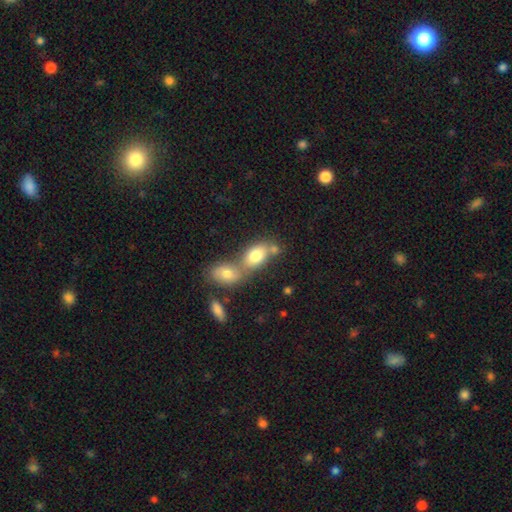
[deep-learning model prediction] Smooth or featured?
  - smooth: 77% *
  - featured or disk: 14%
  - star or artifact: 8%
How rounded?
  - in between: 84% *
  - round: 12%
  - cigar-shaped: 3%
Merging?
  - merger: 54% *
  - none: 33%
  - minor disturbance: 9%
  - major disturbance: 4%